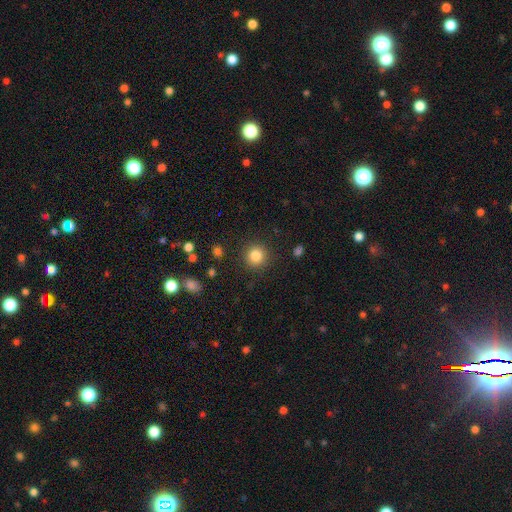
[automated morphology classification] A smooth galaxy with no disk features (83%) that is round (93%).

Vote fractions:
- Smooth or featured? smooth: 83% / star or artifact: 11% / featured or disk: 6%
- How rounded? round: 93% / in between: 6% / cigar-shaped: 1%
- Merging? none: 90% / minor disturbance: 6% / major disturbance: 3% / merger: 1%